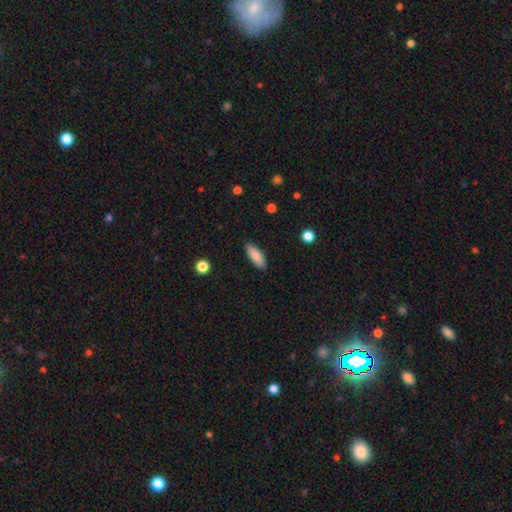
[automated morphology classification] Smooth or featured? smooth (87%)
How rounded? in between (68%)
Merging? none (89%)